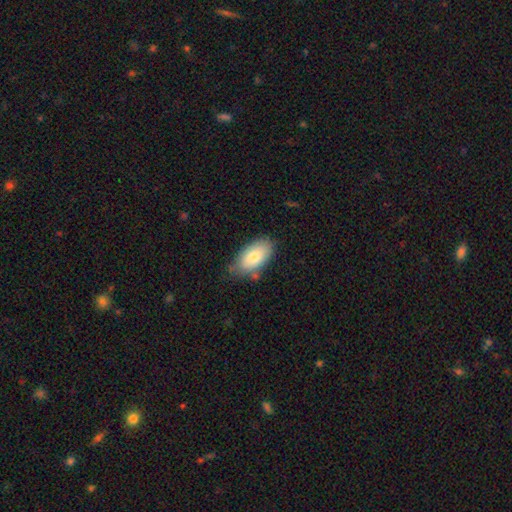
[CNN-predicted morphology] Smooth or featured?
  - smooth: 77% *
  - featured or disk: 15%
  - star or artifact: 8%
How rounded?
  - in between: 93% *
  - round: 3%
  - cigar-shaped: 3%
Merging?
  - none: 73% *
  - minor disturbance: 21%
  - major disturbance: 3%
  - merger: 3%